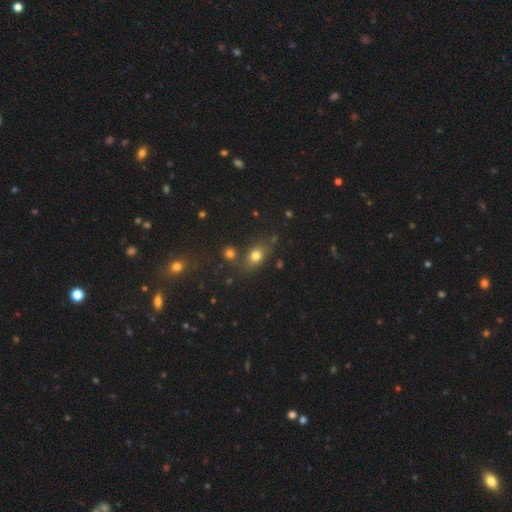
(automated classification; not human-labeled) Smooth or featured: smooth — 74% (star or artifact — 15%)
How rounded: in between — 59% (round — 39%)
Merging: none — 67% (merger — 14%)